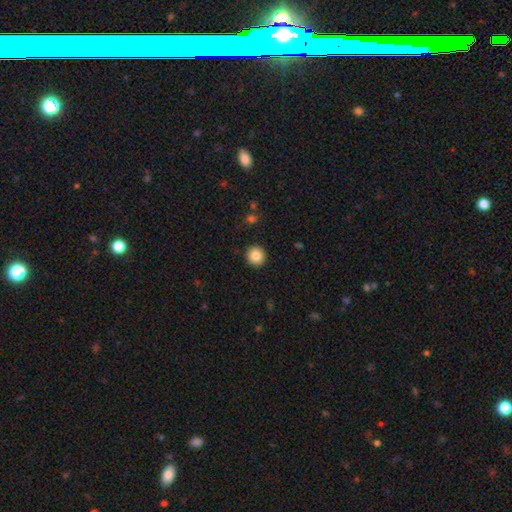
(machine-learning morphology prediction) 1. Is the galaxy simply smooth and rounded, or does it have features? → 85% smooth, 9% star or artifact, 6% featured or disk.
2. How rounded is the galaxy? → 94% round, 5% in between, 1% cigar-shaped.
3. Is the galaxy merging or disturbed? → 92% none, 5% minor disturbance, 2% major disturbance, 1% merger.